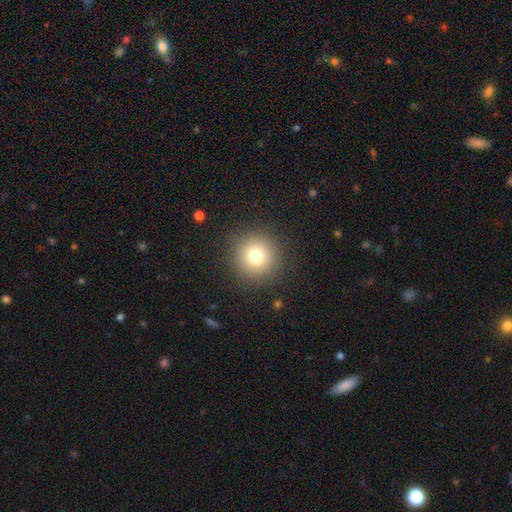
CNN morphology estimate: Smooth or featured: smooth — 77% (star or artifact — 13%)
How rounded: round — 95% (in between — 4%)
Merging: none — 90% (minor disturbance — 6%)